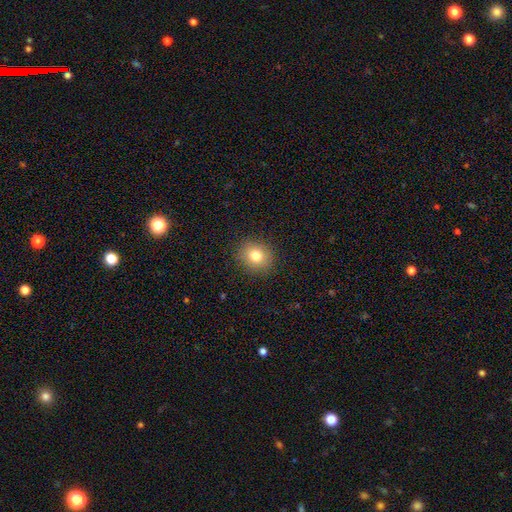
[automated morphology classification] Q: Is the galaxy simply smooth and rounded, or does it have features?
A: smooth — 79%.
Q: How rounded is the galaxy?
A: round — 75%.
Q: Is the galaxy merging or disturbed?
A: none — 89%.